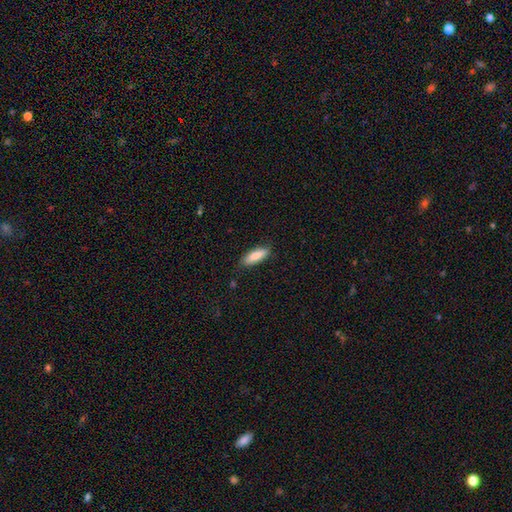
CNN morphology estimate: The model was most divided on "how rounded": in between: 52%, cigar-shaped: 46%, round: 2%. More confident: smooth or featured — smooth (83%); merging — none (83%).